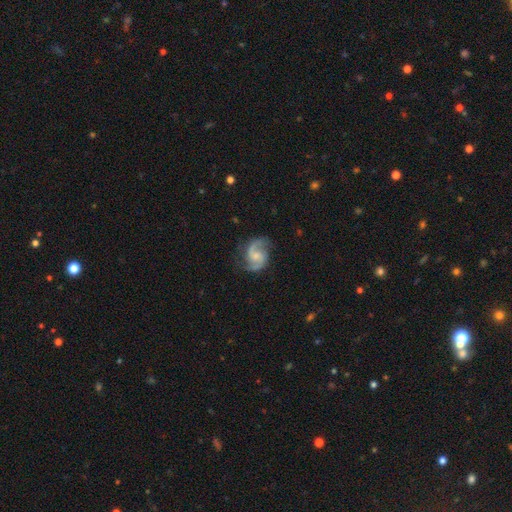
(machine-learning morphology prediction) featured or disk 87%, smooth 8%, star or artifact 5%. Down the decision tree: edge-on disk — no (98%); bar — no (51%); spiral arms — yes (97%); spiral arm count — 2 (92%); spiral winding — medium (55%); bulge size — small (51%); merging — none (75%).